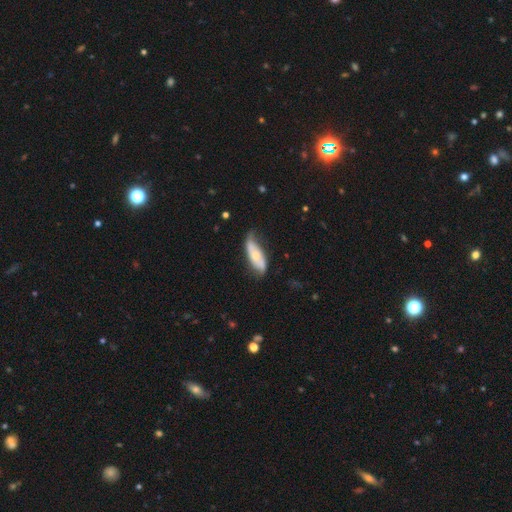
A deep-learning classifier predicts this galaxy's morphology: A smooth galaxy with no disk features (48%).

Vote fractions:
- Smooth or featured? smooth: 48% / featured or disk: 46% / star or artifact: 6%
- Merging? none: 54% / minor disturbance: 35% / major disturbance: 9% / merger: 2%